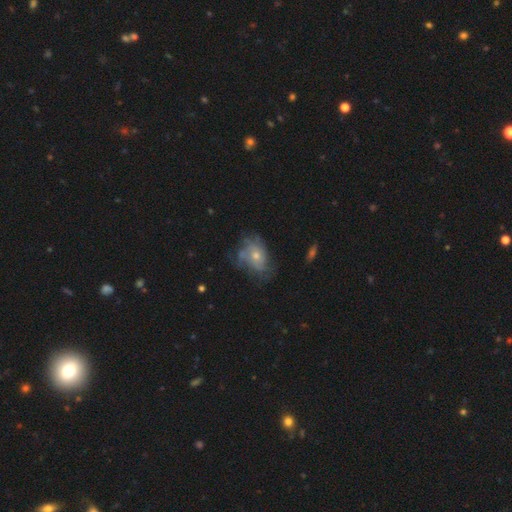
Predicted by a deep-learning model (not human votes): smooth_or_featured: featured or disk (p=0.59) [alt: smooth p=0.29]
disk_edge_on: no (p=0.96) [alt: yes p=0.04]
bar: no (p=0.83) [alt: weak p=0.14]
has_spiral_arms: yes (p=0.68) [alt: no p=0.32]
bulge_size: small (p=0.50) [alt: moderate p=0.45]
merging: none (p=0.57) [alt: minor disturbance p=0.24]